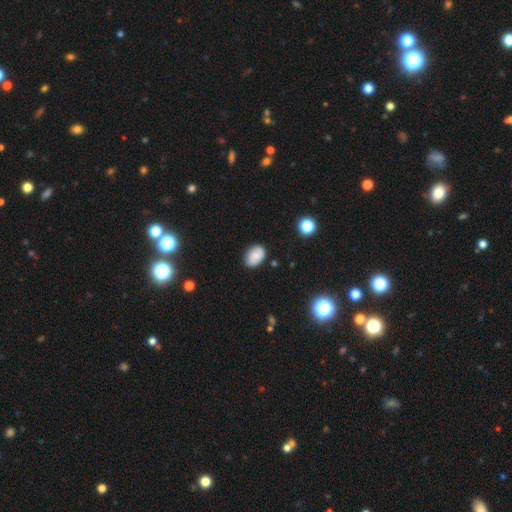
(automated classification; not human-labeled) Smooth or featured? smooth (72%)
How rounded? in between (82%)
Merging? none (77%)